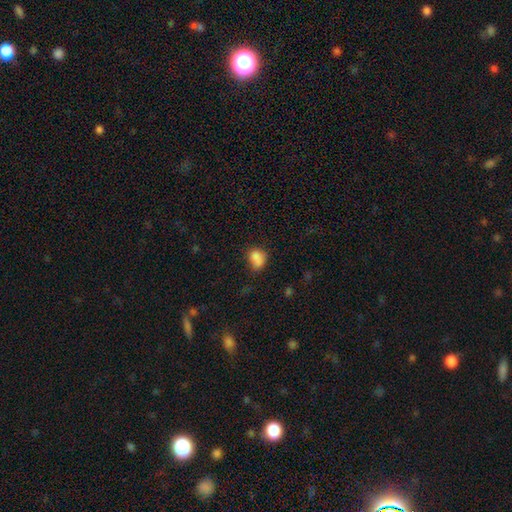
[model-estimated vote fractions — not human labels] Smooth or featured? Predicted: smooth (p=0.81). How rounded? Predicted: in between (p=0.60). Merging? Predicted: none (p=0.45).